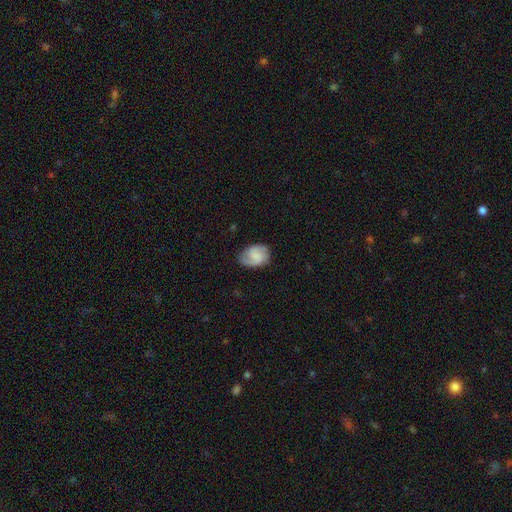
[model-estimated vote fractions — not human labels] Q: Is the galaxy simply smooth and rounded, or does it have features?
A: featured or disk — 55%.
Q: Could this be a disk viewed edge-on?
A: no — 97%.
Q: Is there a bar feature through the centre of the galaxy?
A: weak — 46%.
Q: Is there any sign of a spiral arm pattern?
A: yes — 92%.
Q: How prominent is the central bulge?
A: none — 50%.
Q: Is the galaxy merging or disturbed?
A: none — 74%.